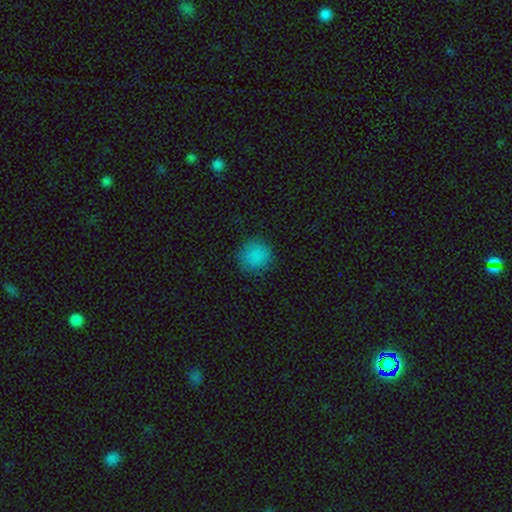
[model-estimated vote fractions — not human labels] Morphology: type=smooth (84%); roundness=round (92%); merging=none (86%).